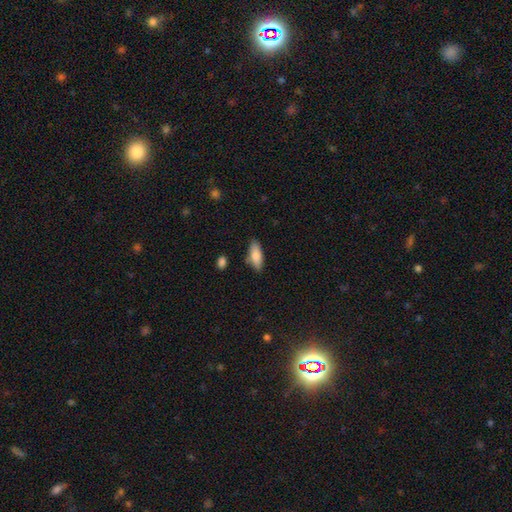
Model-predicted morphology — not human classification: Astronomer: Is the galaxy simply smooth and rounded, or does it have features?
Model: smooth — 85%.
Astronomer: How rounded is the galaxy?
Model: in between — 76%.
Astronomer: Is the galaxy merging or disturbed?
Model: none — 81%.